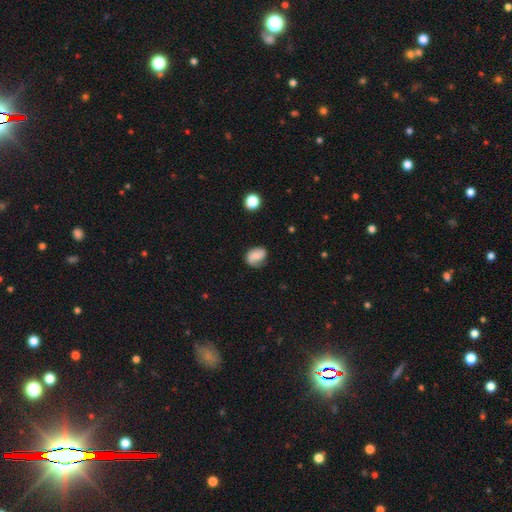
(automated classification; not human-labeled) Smooth or featured? Predicted: smooth (p=0.56). How rounded? Predicted: in between (p=0.65). Merging? Predicted: none (p=0.65).